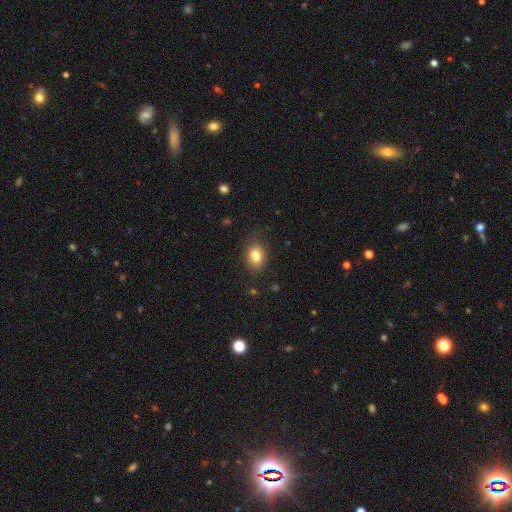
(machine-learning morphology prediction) Overall: smooth (82%). How rounded: in between (72%). Merging: none (81%).